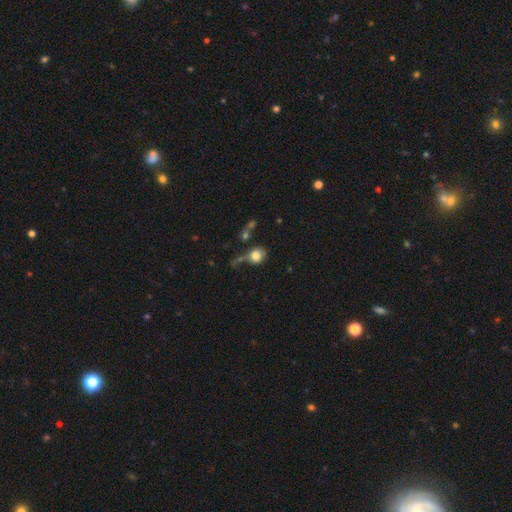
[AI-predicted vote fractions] Smooth or featured? Predicted: smooth (p=0.79). How rounded? Predicted: round (p=0.76). Merging? Predicted: none (p=0.43).